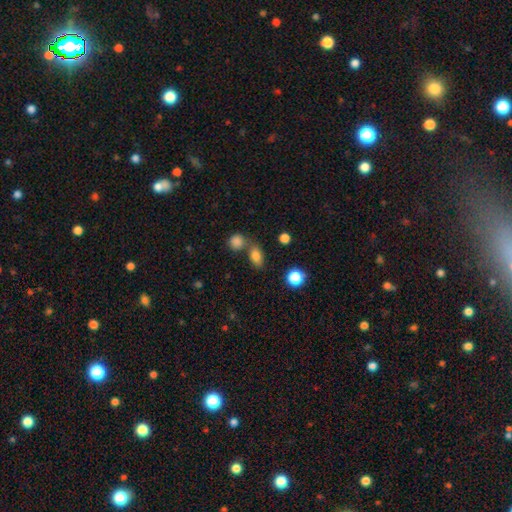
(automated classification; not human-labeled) Smooth or featured? smooth (81%)
How rounded? in between (78%)
Merging? none (58%)